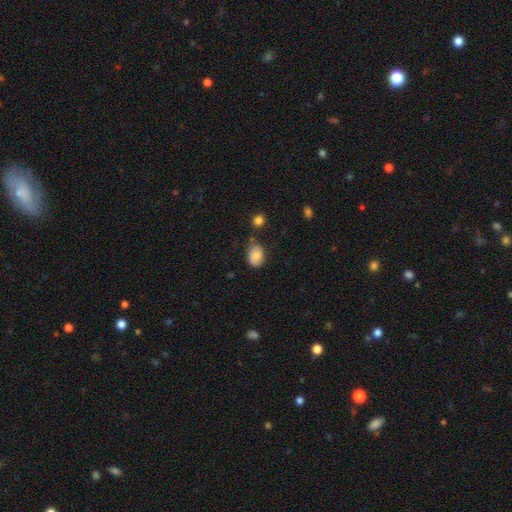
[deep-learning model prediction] Smooth or featured? smooth (68%)
How rounded? in between (76%)
Merging? none (68%)